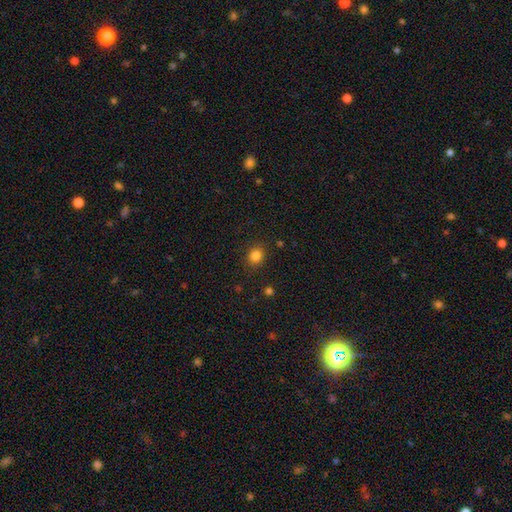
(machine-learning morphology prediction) Overall: smooth (83%). How rounded: round (78%). Merging: none (86%).